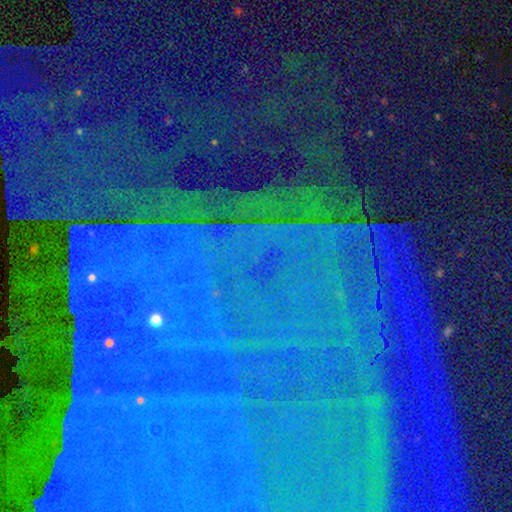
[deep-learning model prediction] Smooth or featured: star or artifact — 86% (featured or disk — 7%)